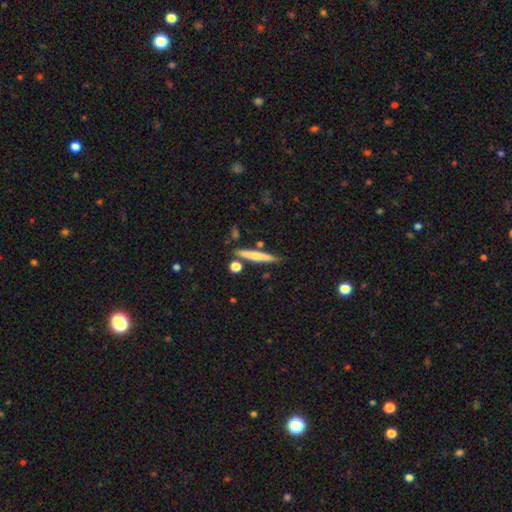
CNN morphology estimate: This appears to be a smooth galaxy with no disk features (57%) that is cigar-shaped (92%). Merging: none (81%).